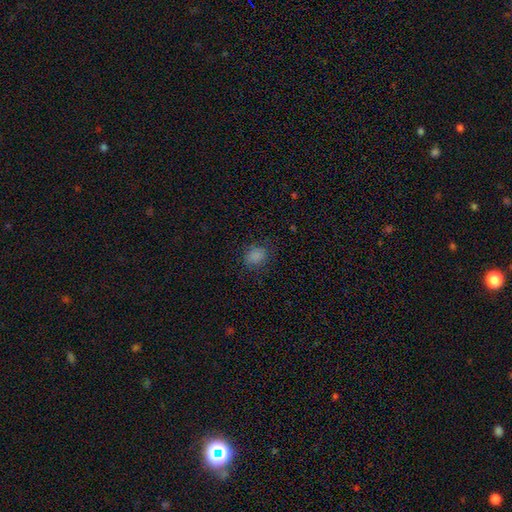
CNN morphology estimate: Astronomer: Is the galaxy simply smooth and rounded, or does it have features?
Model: smooth — 80%.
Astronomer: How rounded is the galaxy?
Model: in between — 51% (runner-up: round, 48%).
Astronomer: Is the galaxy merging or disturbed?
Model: none — 77%.